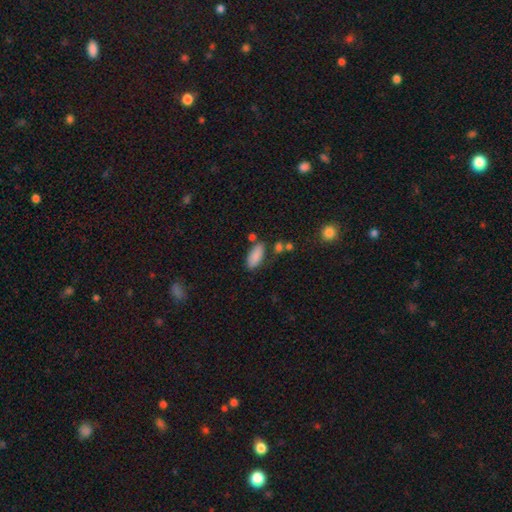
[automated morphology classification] Smooth or featured?
  - smooth: 87% *
  - star or artifact: 7%
  - featured or disk: 5%
How rounded?
  - in between: 85% *
  - cigar-shaped: 12%
  - round: 2%
Merging?
  - none: 71% *
  - minor disturbance: 16%
  - merger: 9%
  - major disturbance: 4%